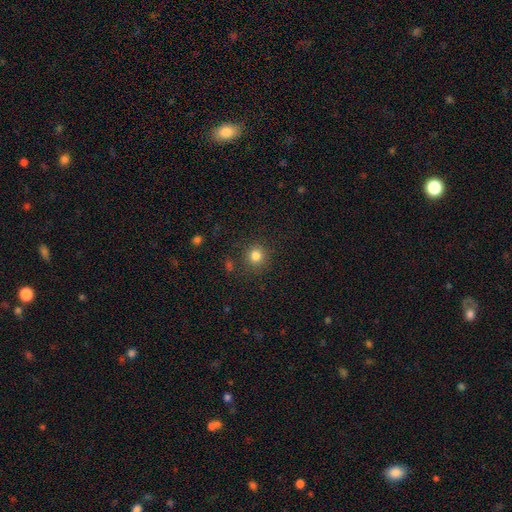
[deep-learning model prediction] Smooth or featured: smooth — 81% (star or artifact — 13%)
How rounded: round — 92% (in between — 7%)
Merging: none — 86% (minor disturbance — 8%)